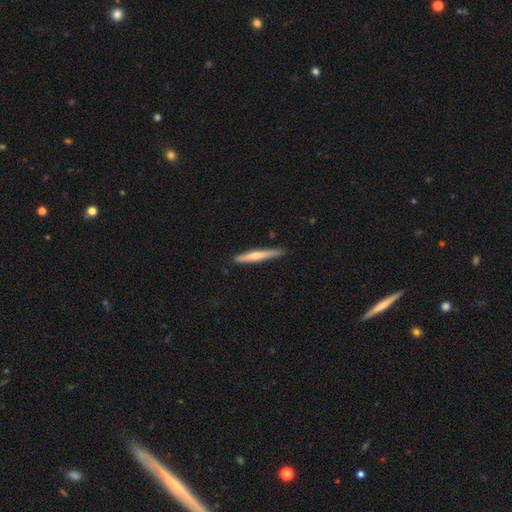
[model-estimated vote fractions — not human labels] Smooth or featured?
  - smooth: 54% *
  - featured or disk: 41%
  - star or artifact: 5%
How rounded?
  - cigar-shaped: 95% *
  - in between: 4%
  - round: 1%
Merging?
  - none: 88% *
  - minor disturbance: 9%
  - major disturbance: 2%
  - merger: 1%